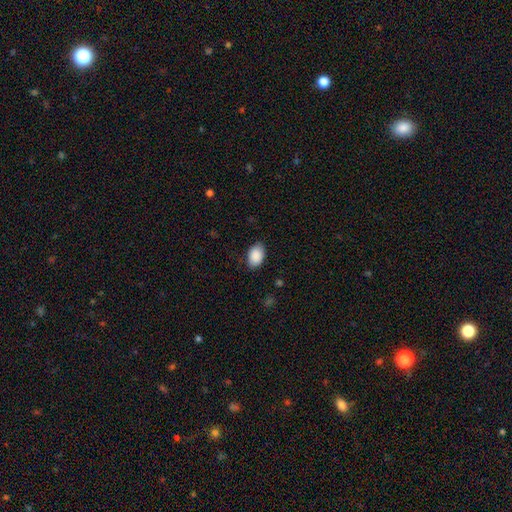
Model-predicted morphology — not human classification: smooth_or_featured: smooth (p=0.90) [alt: star or artifact p=0.07]
how_rounded: in between (p=0.88) [alt: round p=0.11]
merging: none (p=0.84) [alt: minor disturbance p=0.12]